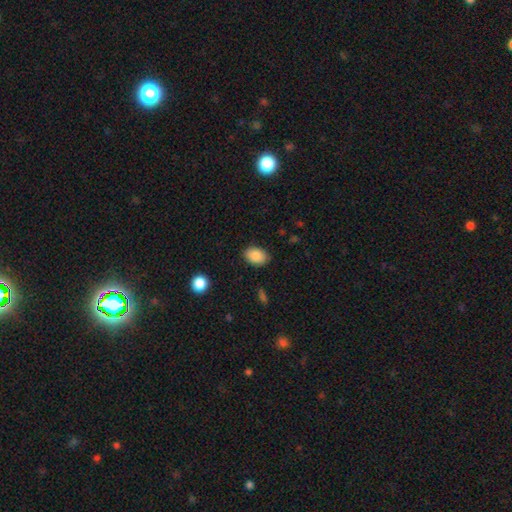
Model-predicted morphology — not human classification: A smooth galaxy with no disk features (88%) that is in between round and cigar-shaped (81%). Merging: none (85%).